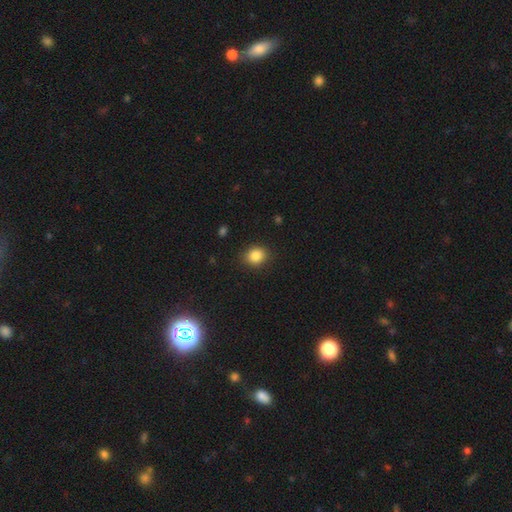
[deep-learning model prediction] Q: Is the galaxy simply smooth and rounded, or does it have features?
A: smooth — 85%.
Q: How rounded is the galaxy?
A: round — 62%.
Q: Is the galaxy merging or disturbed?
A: none — 86%.